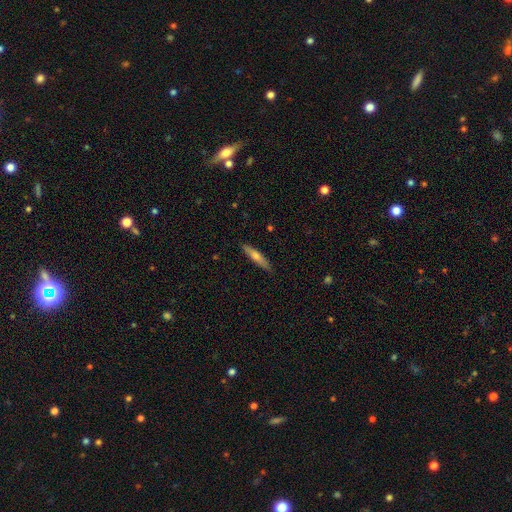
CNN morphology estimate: Smooth or featured?
  - smooth: 48% *
  - featured or disk: 46%
  - star or artifact: 6%
Merging?
  - none: 88% *
  - minor disturbance: 9%
  - major disturbance: 2%
  - merger: 1%